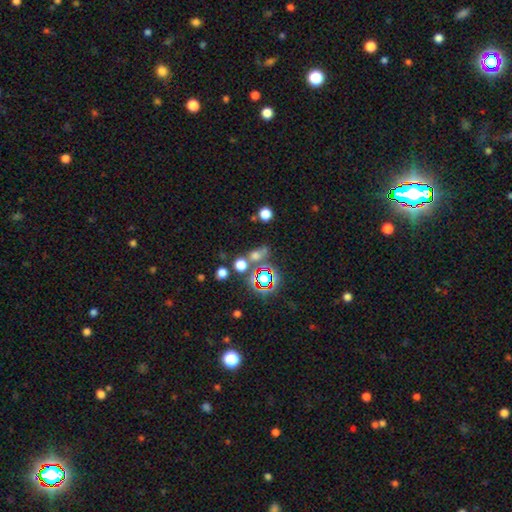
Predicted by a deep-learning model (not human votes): Smooth or featured? smooth (51%)
How rounded? round (59%)
Merging? none (56%)